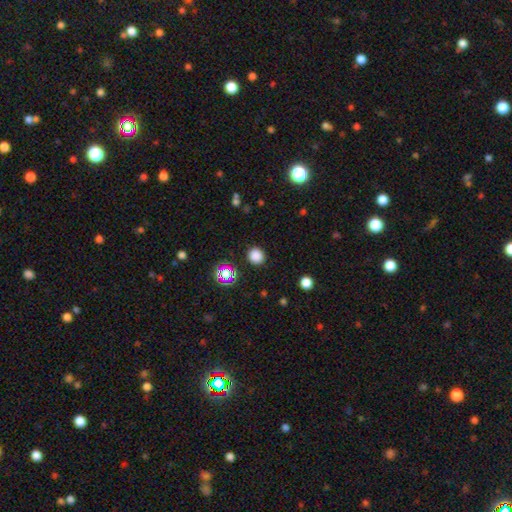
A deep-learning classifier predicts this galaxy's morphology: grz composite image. It shows a smooth galaxy with no disk features (80%) that is round (89%). Merging: none (90%).